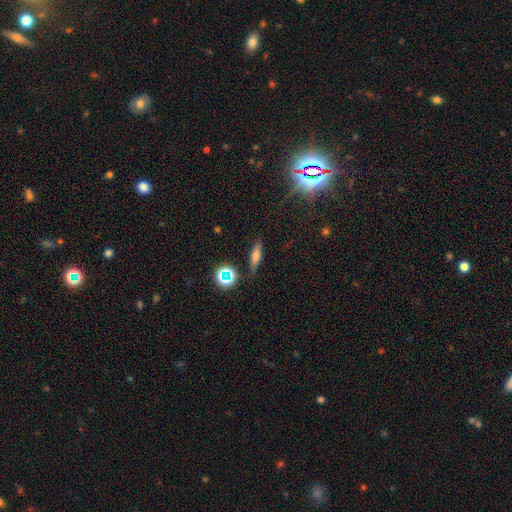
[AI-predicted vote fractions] Smooth or featured? smooth (56%)
How rounded? cigar-shaped (62%)
Merging? none (82%)